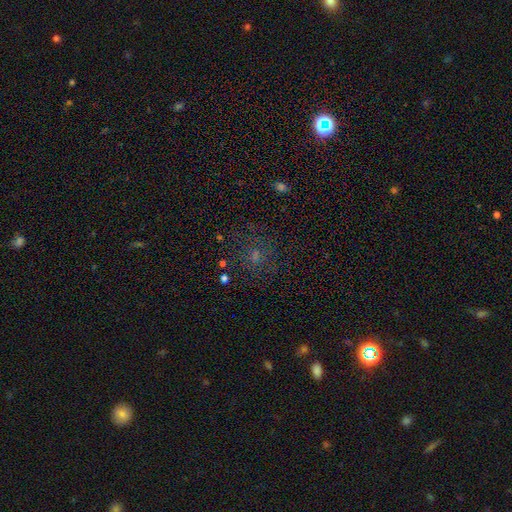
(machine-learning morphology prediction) smooth 42%, star or artifact 40%, featured or disk 18%. Down the decision tree: merging — none (72%).